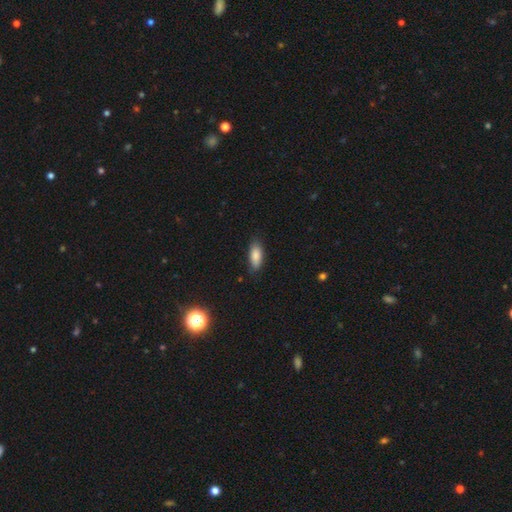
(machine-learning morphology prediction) Smooth or featured? Predicted: smooth (p=0.85). How rounded? Predicted: in between (p=0.79). Merging? Predicted: none (p=0.79).